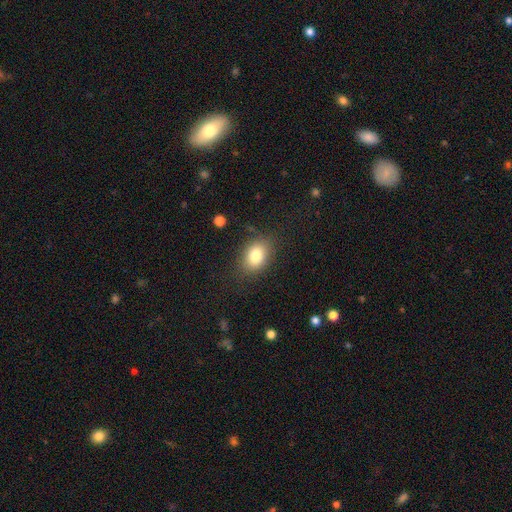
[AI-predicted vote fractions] This is likely a smooth galaxy (80%). How rounded: likely in between (73%). Merging: clearly none (82%).